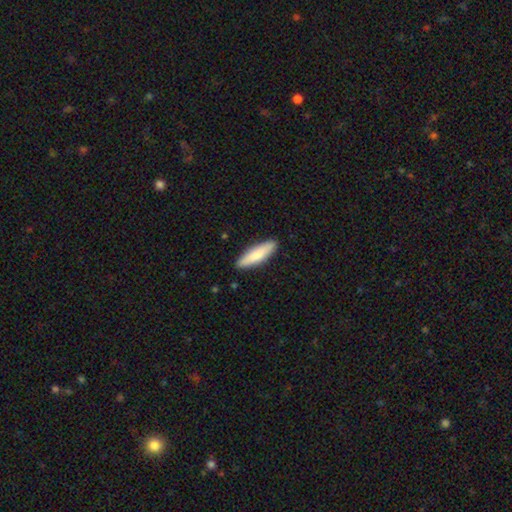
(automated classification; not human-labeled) Overall: smooth (78%). How rounded: cigar-shaped (66%; in between 32%). Merging: none (89%).